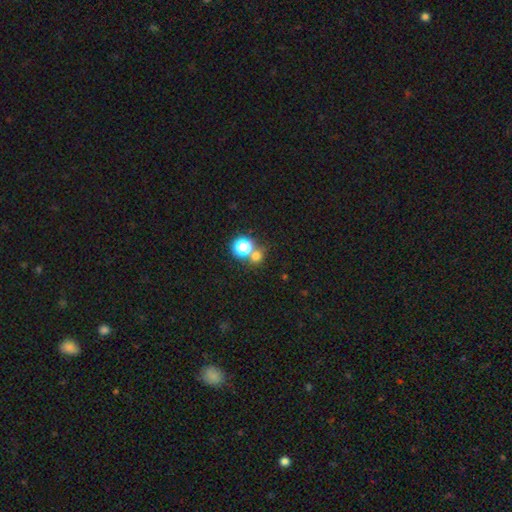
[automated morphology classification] The model was most divided on "merging": none: 54%, merger: 36%, minor disturbance: 7%, major disturbance: 4%. More confident: how rounded — round (83%); smooth or featured — smooth (67%).